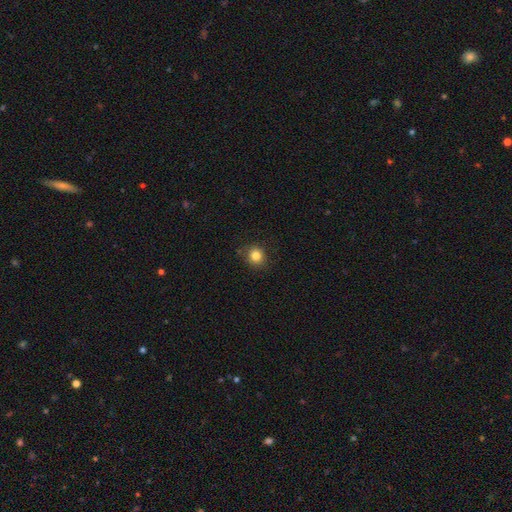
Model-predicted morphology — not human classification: Overall: smooth (83%). How rounded: round (87%). Merging: none (86%).